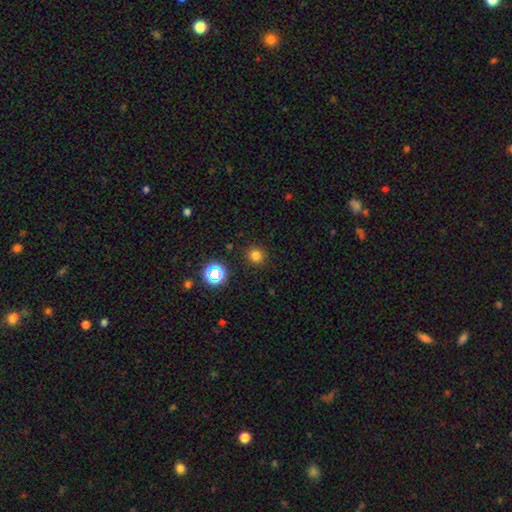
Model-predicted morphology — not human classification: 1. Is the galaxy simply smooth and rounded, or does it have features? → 76% smooth, 19% star or artifact, 5% featured or disk.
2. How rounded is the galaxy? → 89% round, 10% in between, 1% cigar-shaped.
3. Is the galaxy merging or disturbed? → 90% none, 6% minor disturbance, 2% major disturbance, 1% merger.